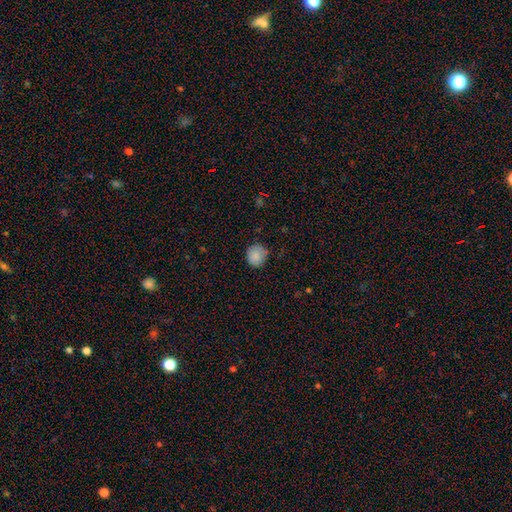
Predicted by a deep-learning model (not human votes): A smooth galaxy with no disk features (87%) that is round (83%). Merging: none (82%).